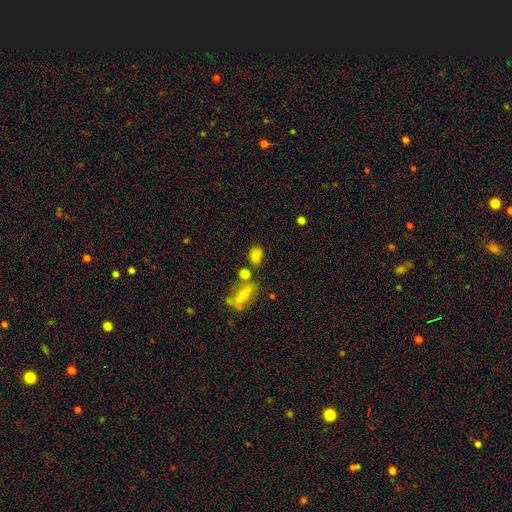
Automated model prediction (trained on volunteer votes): smooth 80%, star or artifact 12%, featured or disk 9%. Down the decision tree: how rounded — in between (71%); merging — none (64%).